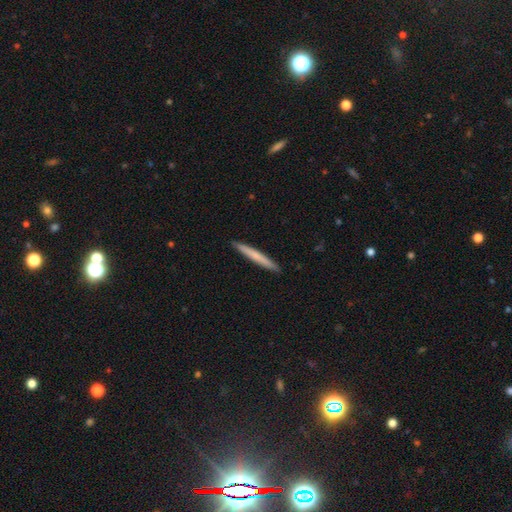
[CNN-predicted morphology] A smooth galaxy with no disk features (65%) that is cigar-shaped (97%). Merging: none (92%).